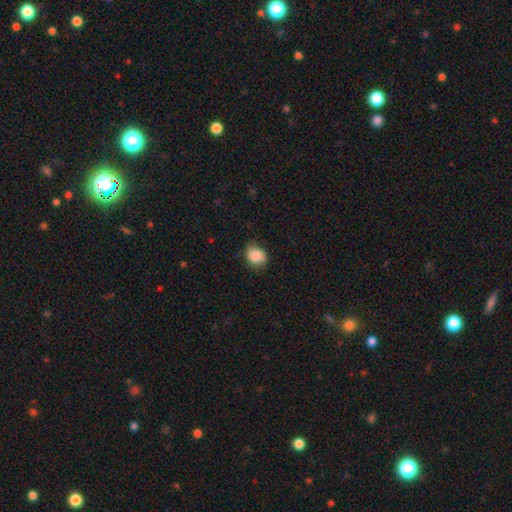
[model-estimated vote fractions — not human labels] smooth_or_featured: smooth (p=0.82) [alt: featured or disk p=0.10]
how_rounded: round (p=0.51) [alt: in between p=0.48]
merging: none (p=0.73) [alt: minor disturbance p=0.21]